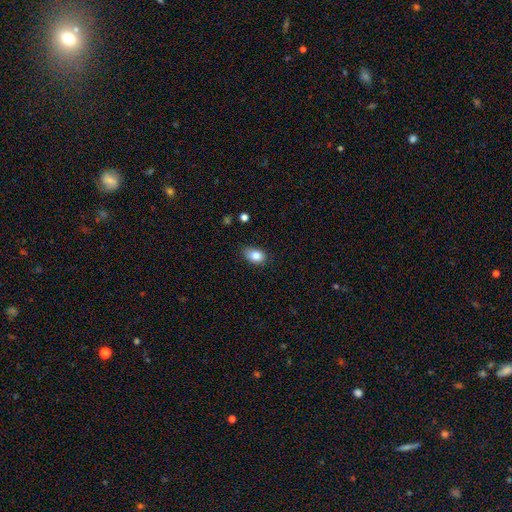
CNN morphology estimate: This is clearly a smooth galaxy (84%). How rounded: clearly in between (82%). Merging: likely none (76%).